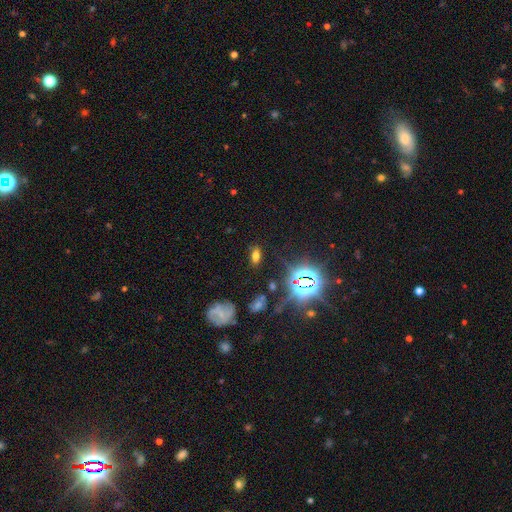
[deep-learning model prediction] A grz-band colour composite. It shows a smooth galaxy with no disk features (55%) that is in between round and cigar-shaped (86%). Merging: none (78%).